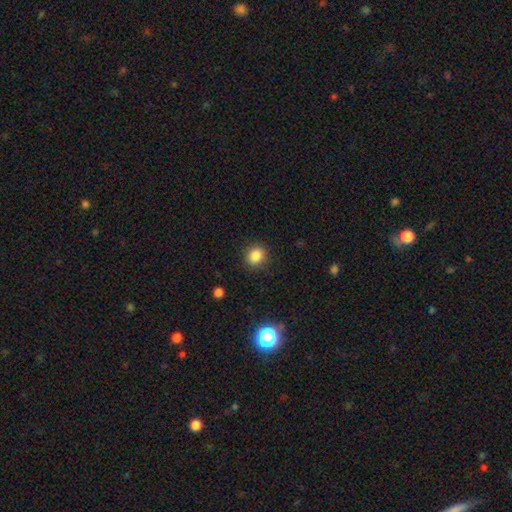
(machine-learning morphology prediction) Smooth or featured: smooth — 85% (star or artifact — 11%)
How rounded: round — 82% (in between — 17%)
Merging: none — 89% (minor disturbance — 7%)